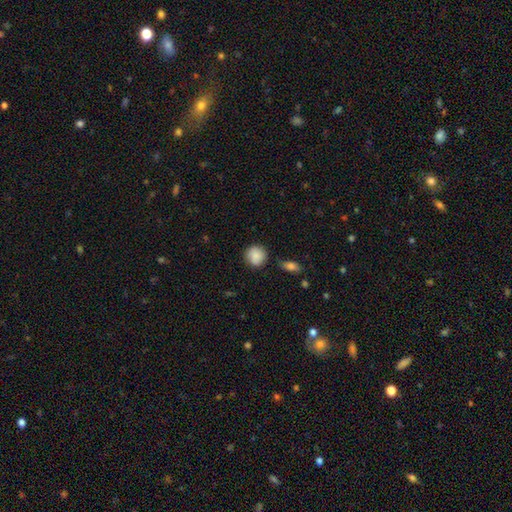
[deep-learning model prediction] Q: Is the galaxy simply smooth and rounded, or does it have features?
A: smooth — 86%.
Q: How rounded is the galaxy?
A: round — 89%.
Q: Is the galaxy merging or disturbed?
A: none — 79%.